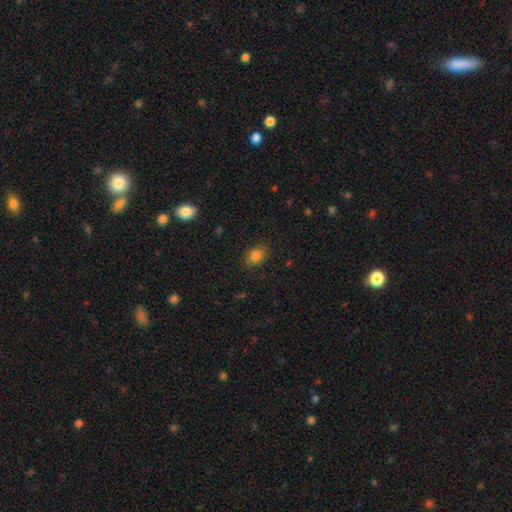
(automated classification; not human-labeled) The model was most divided on "how rounded": in between: 62%, round: 37%, cigar-shaped: 1%. More confident: merging — none (83%); smooth or featured — smooth (83%).